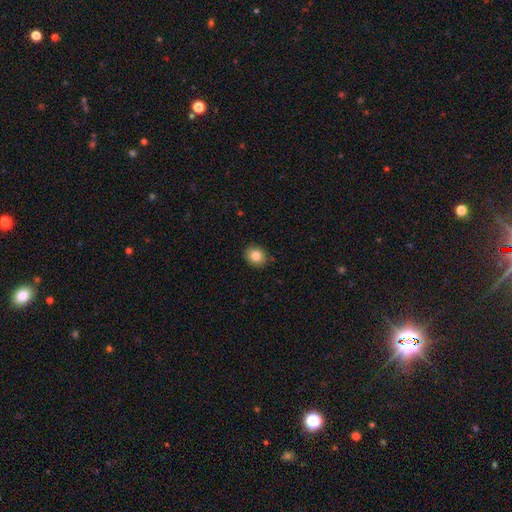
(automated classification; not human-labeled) The model was most divided on "how rounded": round: 64%, in between: 35%, cigar-shaped: 1%. More confident: merging — none (89%); smooth or featured — smooth (84%).